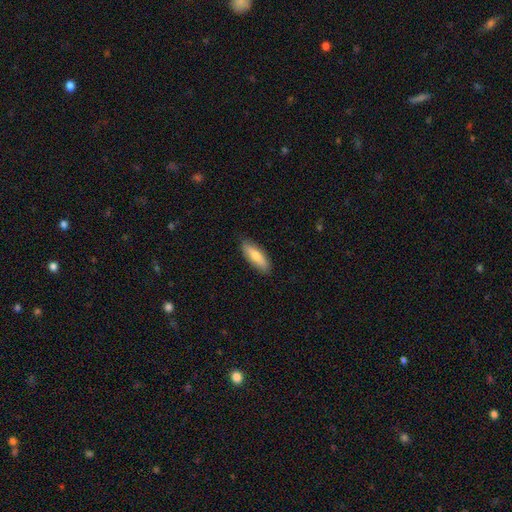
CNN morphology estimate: The model was most divided on "how rounded": in between: 58%, cigar-shaped: 40%, round: 2%. More confident: merging — none (88%); smooth or featured — smooth (75%).